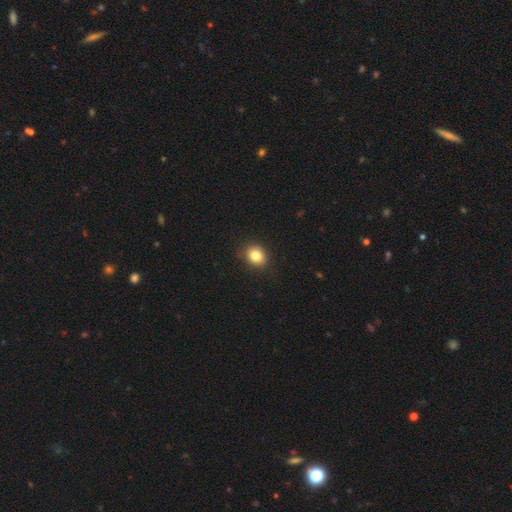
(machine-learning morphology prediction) Smooth or featured? Predicted: smooth (p=0.83). How rounded? Predicted: round (p=0.62). Merging? Predicted: none (p=0.87).